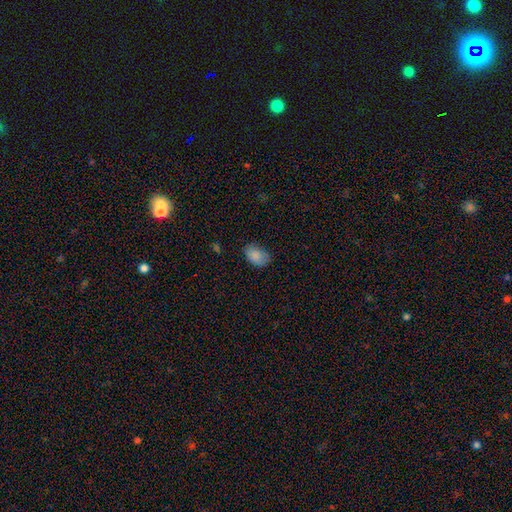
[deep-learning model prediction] smooth_or_featured: smooth (p=0.86) [alt: star or artifact p=0.08]
how_rounded: in between (p=0.89) [alt: round p=0.10]
merging: none (p=0.75) [alt: minor disturbance p=0.20]